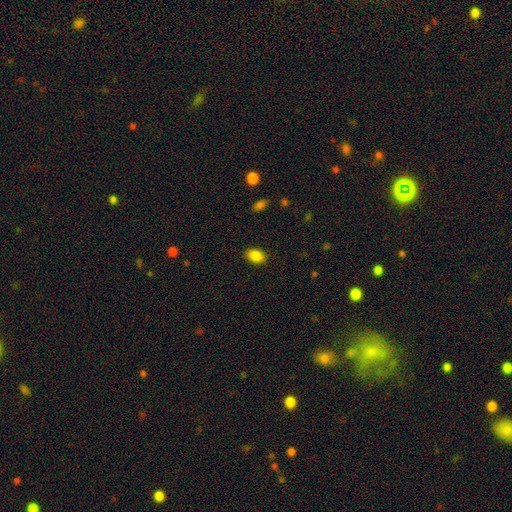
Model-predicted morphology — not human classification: type=smooth (87%); roundness=in between (85%); merging=none (88%).